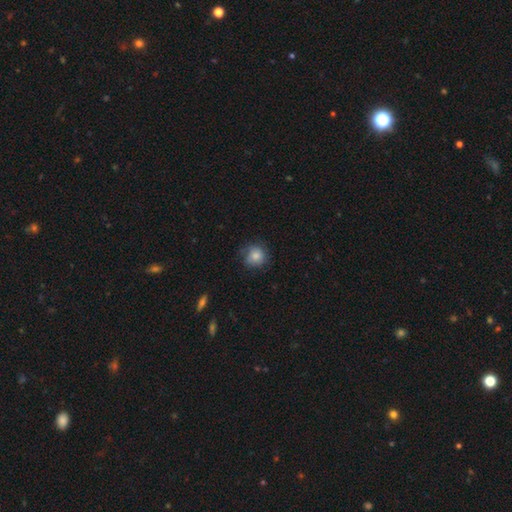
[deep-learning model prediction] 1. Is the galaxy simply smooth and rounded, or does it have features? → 79% smooth, 12% featured or disk, 9% star or artifact.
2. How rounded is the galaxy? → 87% round, 12% in between, 1% cigar-shaped.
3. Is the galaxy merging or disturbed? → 69% none, 23% minor disturbance, 7% major disturbance, 1% merger.